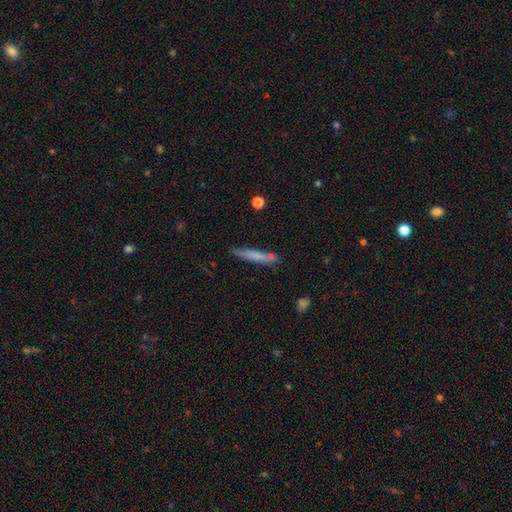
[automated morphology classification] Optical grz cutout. It shows a smooth galaxy with no disk features (67%) that is cigar-shaped (92%). Merging: none (69%).